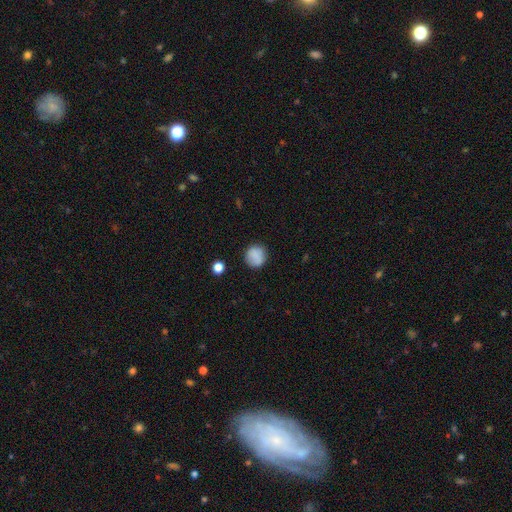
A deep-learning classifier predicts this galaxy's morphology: Overall: smooth (84%). How rounded: round (88%). Merging: none (81%).